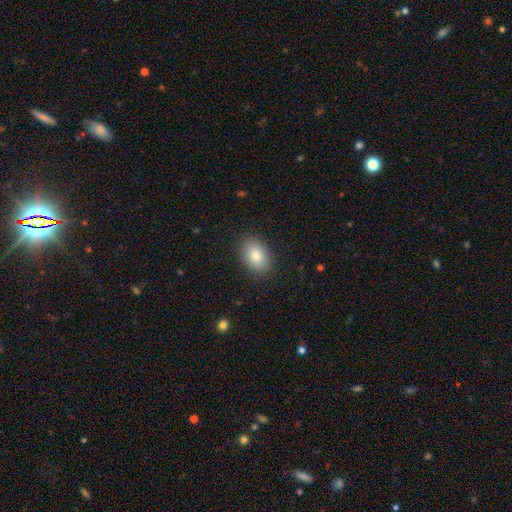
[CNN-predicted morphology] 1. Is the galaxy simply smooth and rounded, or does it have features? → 83% smooth, 9% featured or disk, 8% star or artifact.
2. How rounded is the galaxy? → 80% in between, 19% round, 1% cigar-shaped.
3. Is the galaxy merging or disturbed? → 88% none, 9% minor disturbance, 2% major disturbance, 1% merger.